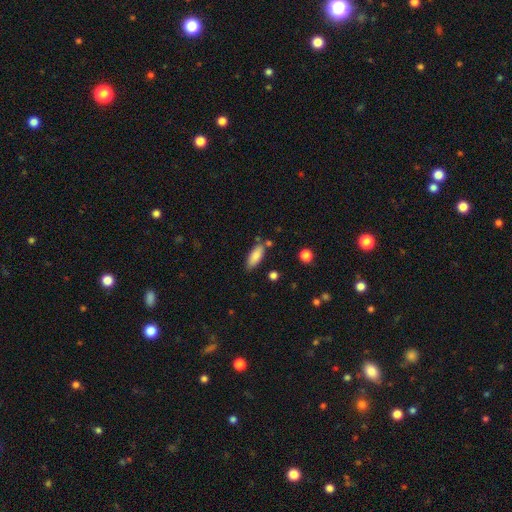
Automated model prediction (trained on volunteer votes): Morphology: type=smooth (84%); roundness=in between (74%); merging=none (73%).